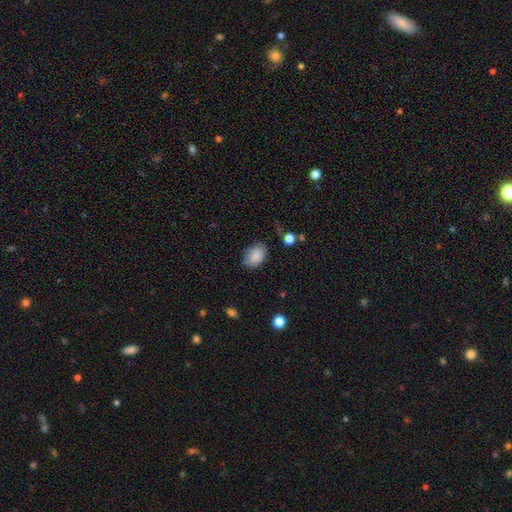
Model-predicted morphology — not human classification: The model was most divided on "merging": none: 74%, minor disturbance: 19%, major disturbance: 5%, merger: 2%. More confident: smooth or featured — smooth (85%); how rounded — in between (80%).